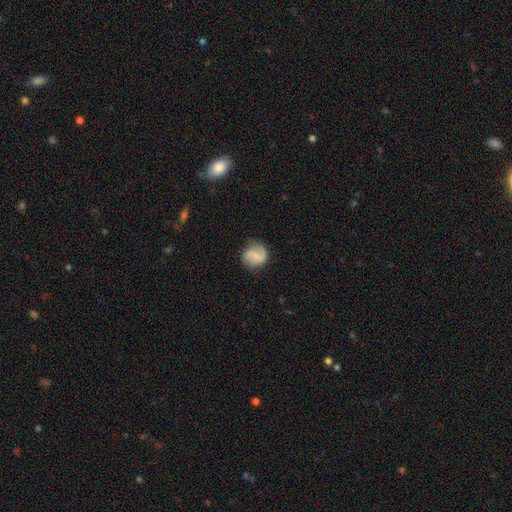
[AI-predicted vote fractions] A smooth galaxy with no disk features (49%). Merging: none (75%).